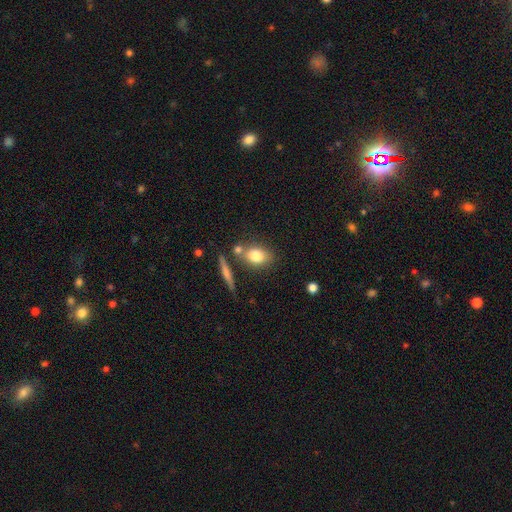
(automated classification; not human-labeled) This appears to be a smooth galaxy with no disk features (78%) that is in between round and cigar-shaped (65%). Merging: none (64%).